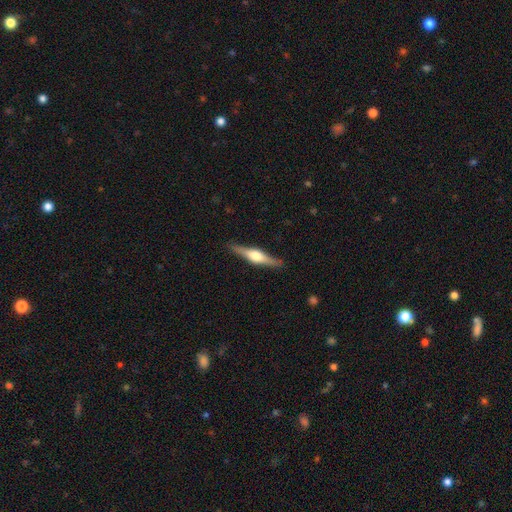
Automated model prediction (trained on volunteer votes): Smooth or featured? featured or disk (73%)
Edge-on disk? yes (98%)
Edge-on bulge? rounded (90%)
Merging? none (90%)